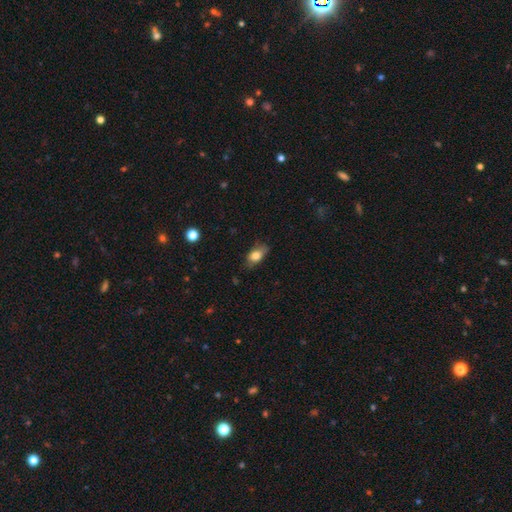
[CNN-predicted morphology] This appears to be a smooth galaxy with no disk features (75%) that is in between round and cigar-shaped (85%). Merging: none (67%).